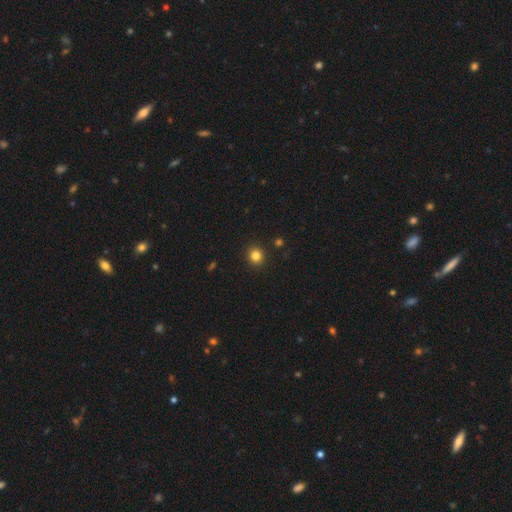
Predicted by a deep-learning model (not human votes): smooth_or_featured: smooth (p=0.82) [alt: star or artifact p=0.13]
how_rounded: round (p=0.90) [alt: in between p=0.09]
merging: none (p=0.92) [alt: minor disturbance p=0.05]